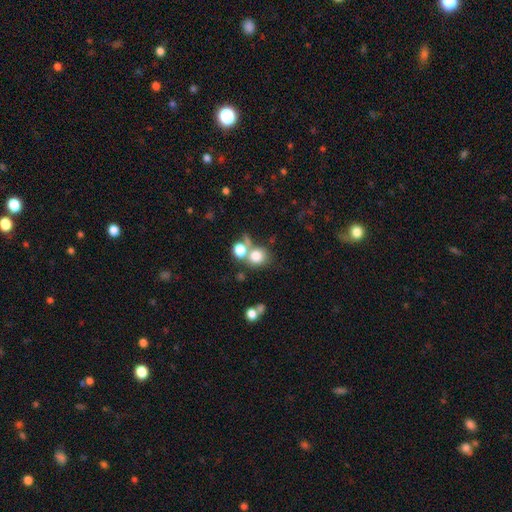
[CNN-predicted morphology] This is likely a smooth galaxy (77%). How rounded: likely round (78%). Merging: possibly none (47%).